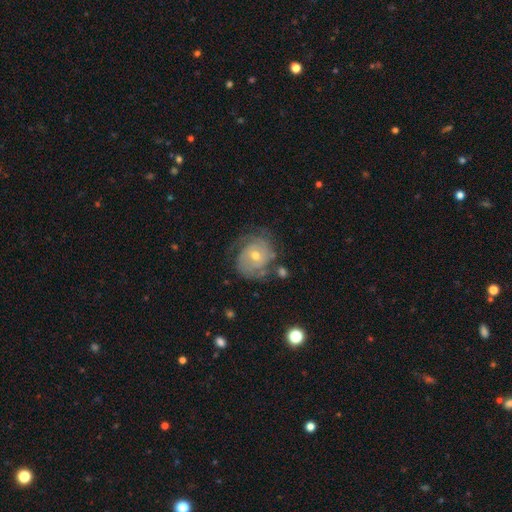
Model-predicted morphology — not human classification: featured or disk 81%, smooth 13%, star or artifact 7%. Down the decision tree: edge-on disk — no (97%); bar — no (73%); spiral arms — yes (92%); spiral arm count — 2 (41%); spiral winding — tight (64%); bulge size — moderate (54%); merging — none (67%).